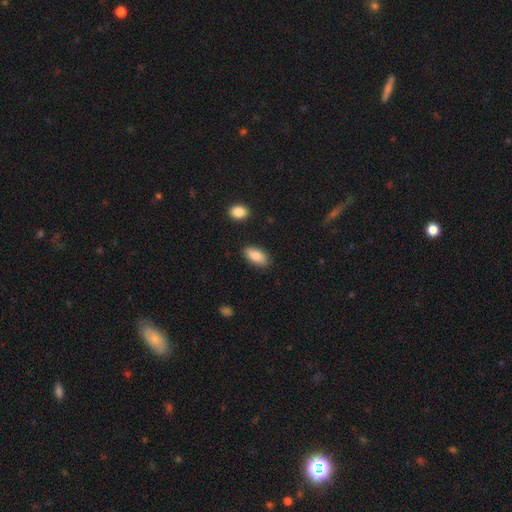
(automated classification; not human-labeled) smooth 86%, featured or disk 8%, star or artifact 6%. Down the decision tree: how rounded — in between (90%); merging — none (85%).